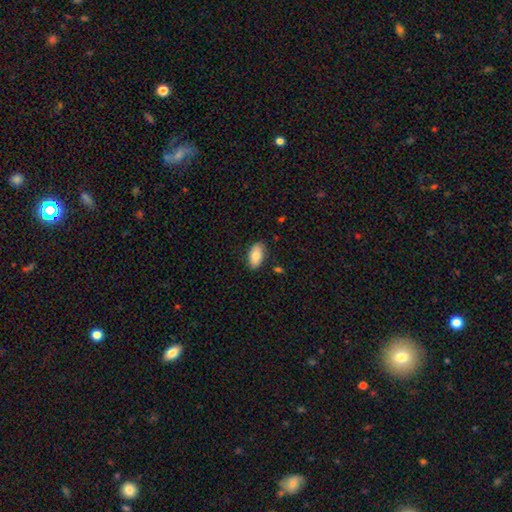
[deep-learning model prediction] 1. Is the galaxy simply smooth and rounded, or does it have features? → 81% smooth, 12% featured or disk, 7% star or artifact.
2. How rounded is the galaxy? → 93% in between, 4% cigar-shaped, 3% round.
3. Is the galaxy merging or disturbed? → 84% none, 12% minor disturbance, 2% major disturbance, 2% merger.